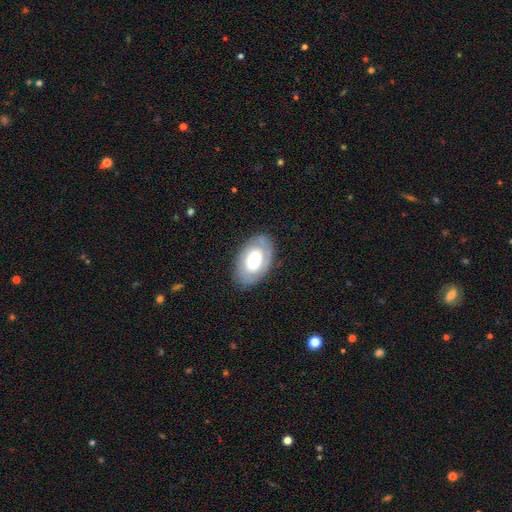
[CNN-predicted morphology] featured or disk 48%, smooth 46%, star or artifact 7%. Down the decision tree: merging — none (79%).